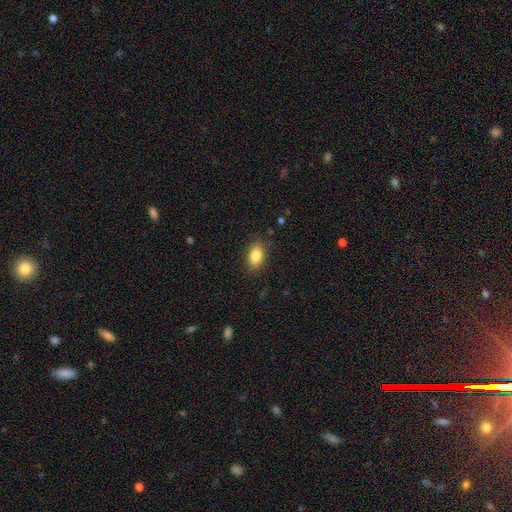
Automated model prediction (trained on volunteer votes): Overall: smooth (85%). How rounded: in between (89%). Merging: none (85%).